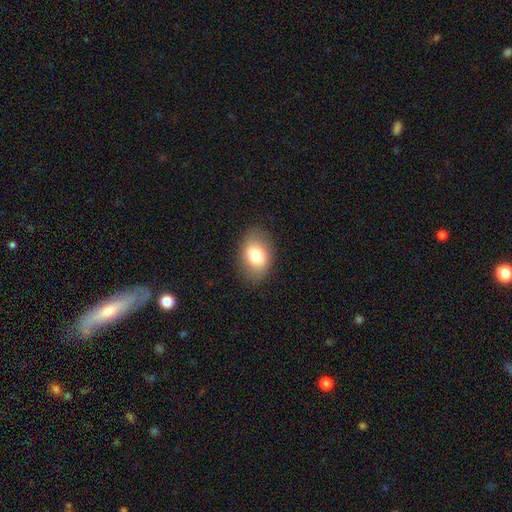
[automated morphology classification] smooth-or-featured: smooth: 76% | featured or disk: 16% | star or artifact: 9%
  how-rounded: in between: 80% | round: 19% | cigar-shaped: 1%
  merging: none: 84% | minor disturbance: 12% | major disturbance: 4% | merger: 1%